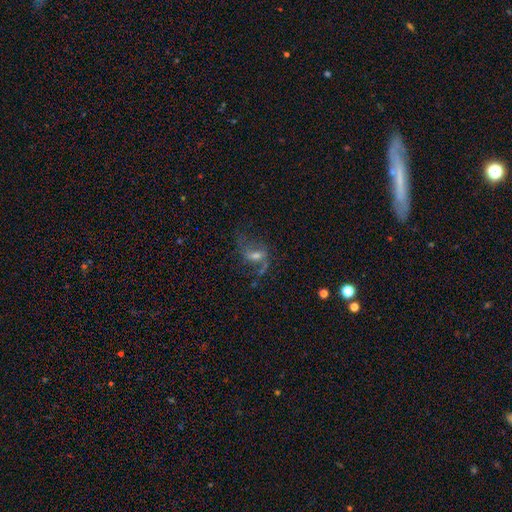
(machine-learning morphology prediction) smooth-or-featured: featured or disk: 68% | smooth: 18% | star or artifact: 15%
  disk-edge-on: no: 95% | yes: 5%
    bar: weak: 48% | no: 32% | strong: 21%
    has-spiral-arms: yes: 84% | no: 16%
      spiral-winding: loose: 69% | medium: 24% | tight: 6%
      spiral-arm-count: 2: 76% | 1: 11% | can't tell: 8% | 3: 2% | 4: 1% | more than 4: 1%
    bulge-size: moderate: 49% | small: 37% | none: 6% | large: 6% | dominant: 2%
  merging: none: 52% | major disturbance: 26% | minor disturbance: 18% | merger: 4%